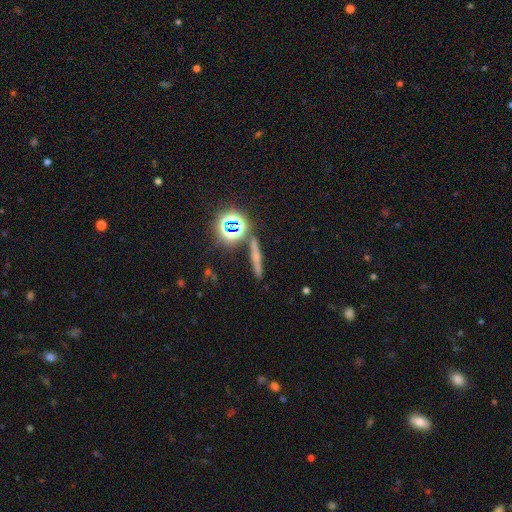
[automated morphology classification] Smooth or featured? Predicted: smooth (p=0.41). Merging? Predicted: none (p=0.82).